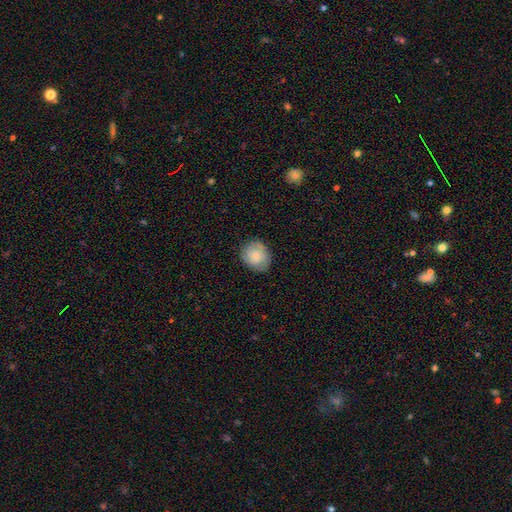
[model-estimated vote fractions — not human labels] smooth-or-featured: smooth: 64% | featured or disk: 28% | star or artifact: 8%
  how-rounded: round: 70% | in between: 29% | cigar-shaped: 1%
  merging: none: 79% | minor disturbance: 16% | major disturbance: 4% | merger: 1%